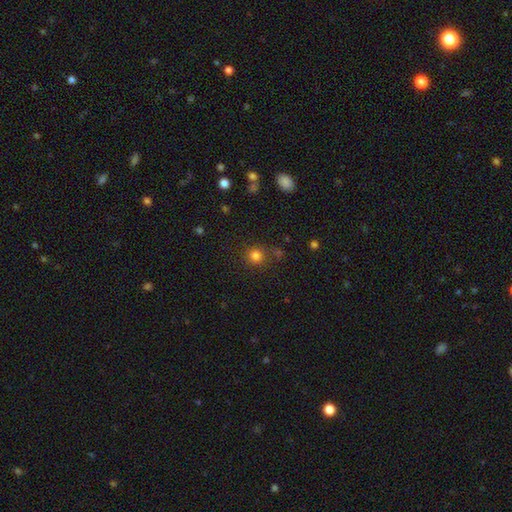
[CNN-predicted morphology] Smooth or featured? Predicted: smooth (p=0.79). How rounded? Predicted: round (p=0.91). Merging? Predicted: none (p=0.78).